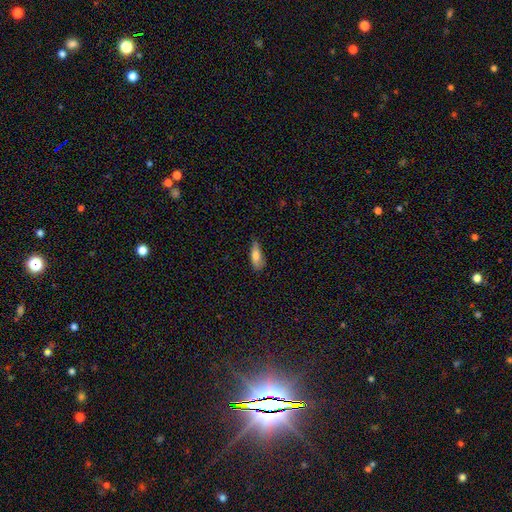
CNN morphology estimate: Smooth or featured?
  - smooth: 77% *
  - featured or disk: 16%
  - star or artifact: 7%
How rounded?
  - in between: 64% *
  - cigar-shaped: 33%
  - round: 2%
Merging?
  - none: 65% *
  - minor disturbance: 28%
  - major disturbance: 5%
  - merger: 1%